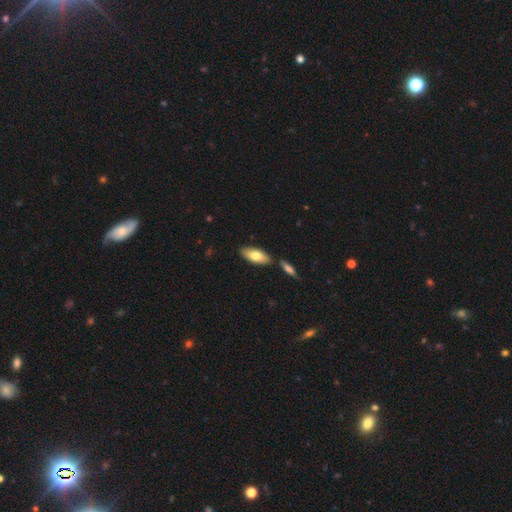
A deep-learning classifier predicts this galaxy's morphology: A smooth galaxy with no disk features (74%) that is in between round and cigar-shaped (83%).

Vote fractions:
- Smooth or featured? smooth: 74% / featured or disk: 20% / star or artifact: 6%
- How rounded? in between: 83% / cigar-shaped: 15% / round: 2%
- Merging? none: 77% / merger: 11% / minor disturbance: 10% / major disturbance: 2%